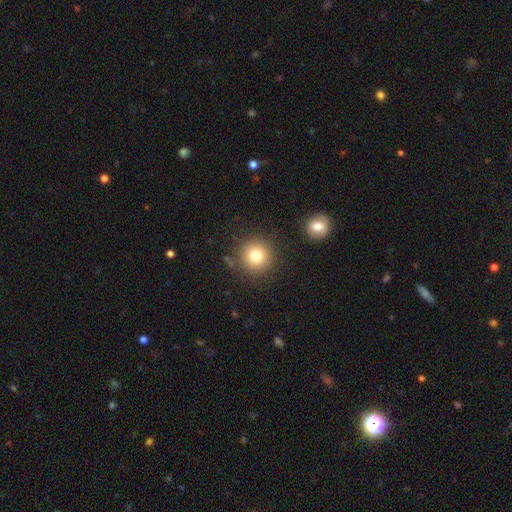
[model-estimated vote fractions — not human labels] The model was most divided on "smooth or featured": smooth: 79%, star or artifact: 12%, featured or disk: 9%. More confident: how rounded — round (95%); merging — none (86%).